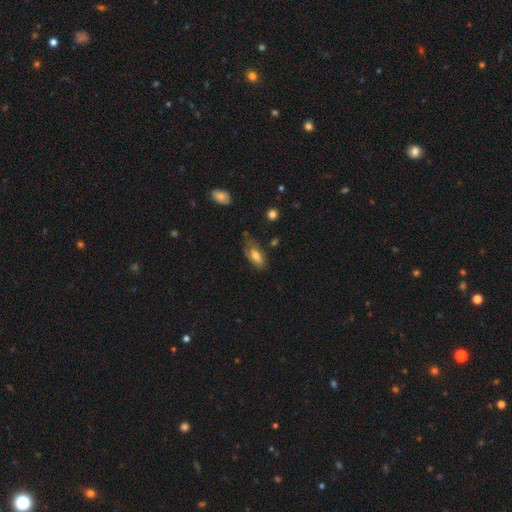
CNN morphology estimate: Smooth or featured? Predicted: smooth (p=0.63). How rounded? Predicted: in between (p=0.87). Merging? Predicted: none (p=0.55).